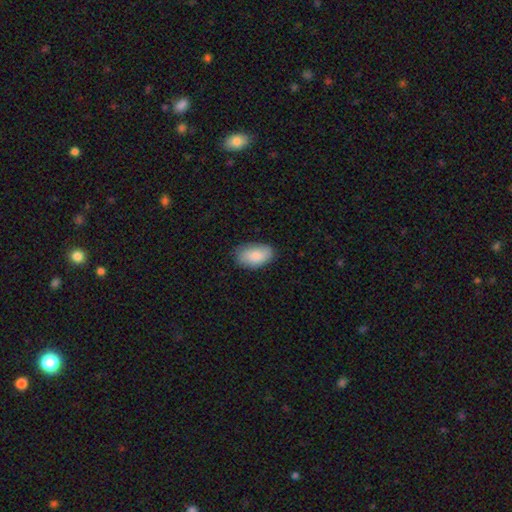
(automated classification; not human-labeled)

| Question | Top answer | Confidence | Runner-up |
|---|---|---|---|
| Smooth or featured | smooth | 86% | featured or disk (8%) |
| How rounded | in between | 94% | round (4%) |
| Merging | none | 79% | minor disturbance (17%) |